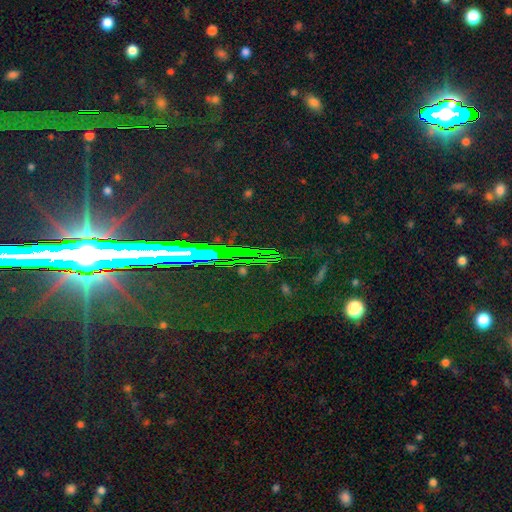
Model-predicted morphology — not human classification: The model was most divided on "smooth or featured": star or artifact: 80%, smooth: 10%, featured or disk: 10%.